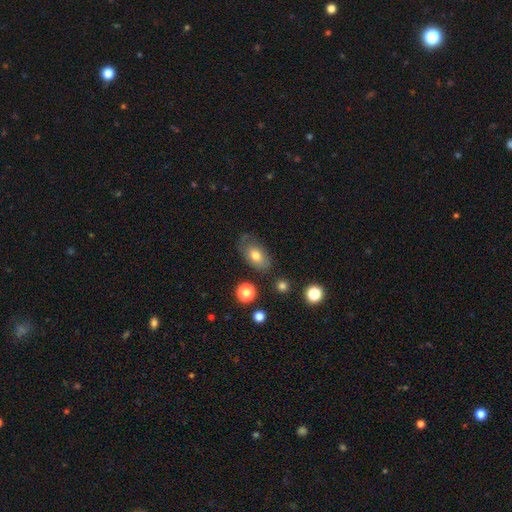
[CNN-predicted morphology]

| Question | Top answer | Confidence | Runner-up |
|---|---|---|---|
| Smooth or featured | smooth | 75% | featured or disk (16%) |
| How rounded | in between | 88% | round (9%) |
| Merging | none | 67% | minor disturbance (22%) |